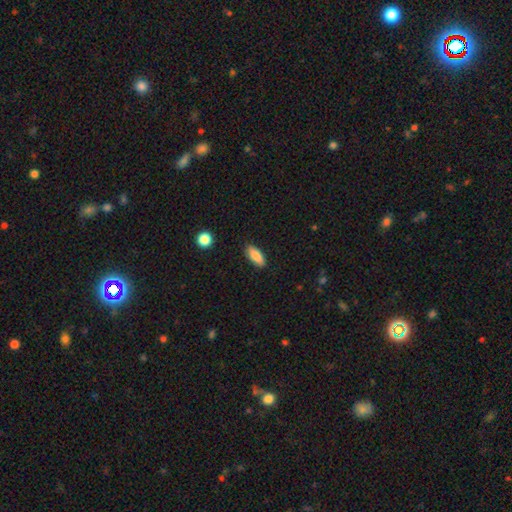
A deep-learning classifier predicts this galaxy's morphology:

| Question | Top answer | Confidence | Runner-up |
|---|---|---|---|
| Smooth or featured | smooth | 85% | featured or disk (9%) |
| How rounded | in between | 78% | cigar-shaped (20%) |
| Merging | none | 86% | minor disturbance (10%) |